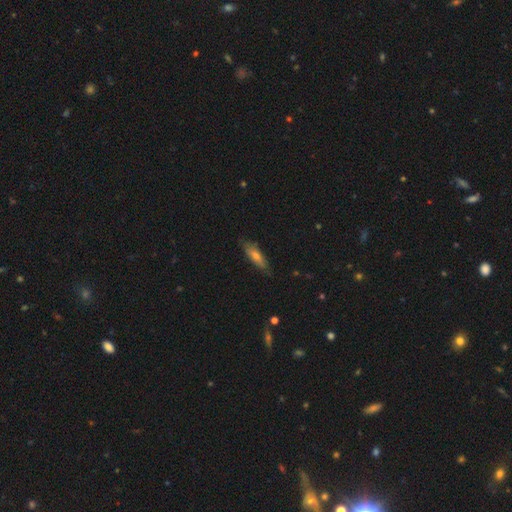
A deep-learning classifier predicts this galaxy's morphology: The model was most divided on "smooth or featured": smooth: 56%, featured or disk: 36%, star or artifact: 8%. More confident: merging — none (81%); how rounded — cigar-shaped (65%).